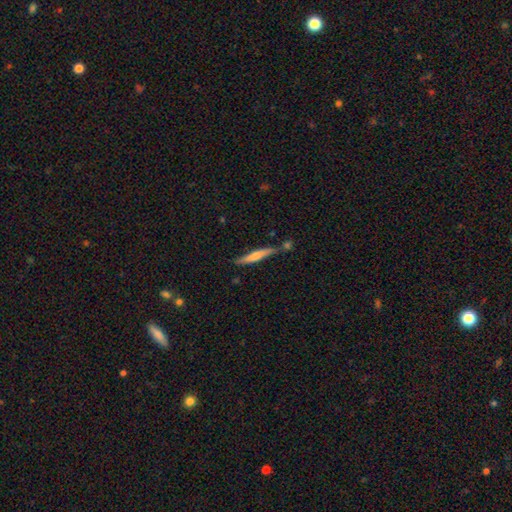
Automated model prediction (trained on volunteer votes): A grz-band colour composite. It shows a featured or disk galaxy (49%). Merging: none (73%).